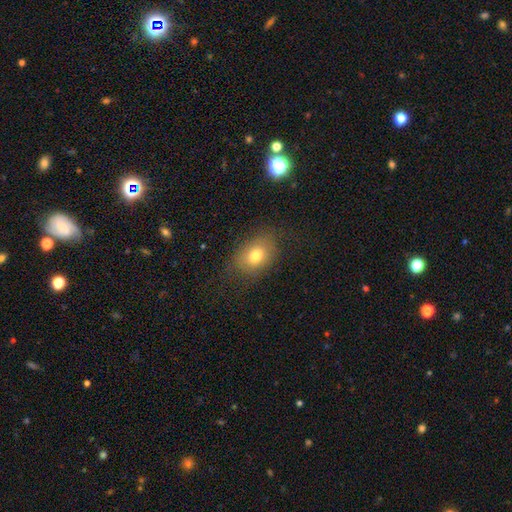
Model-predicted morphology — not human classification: This appears to be a smooth galaxy with no disk features (75%) that is in between round and cigar-shaped (76%). Merging: none (72%).